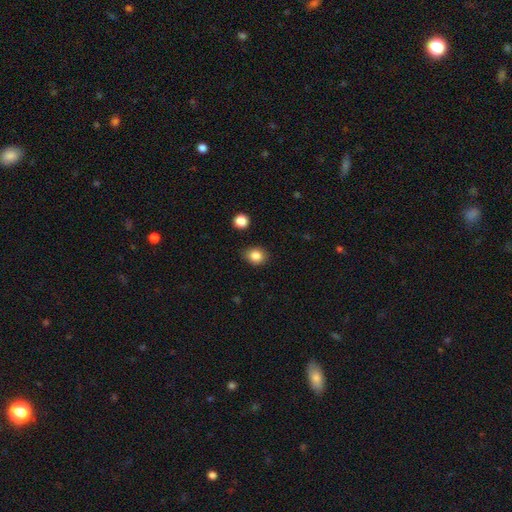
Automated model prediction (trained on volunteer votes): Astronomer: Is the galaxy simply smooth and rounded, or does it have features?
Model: smooth — 85%.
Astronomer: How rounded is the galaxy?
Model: round — 64%.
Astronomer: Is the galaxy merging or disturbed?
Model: none — 85%.